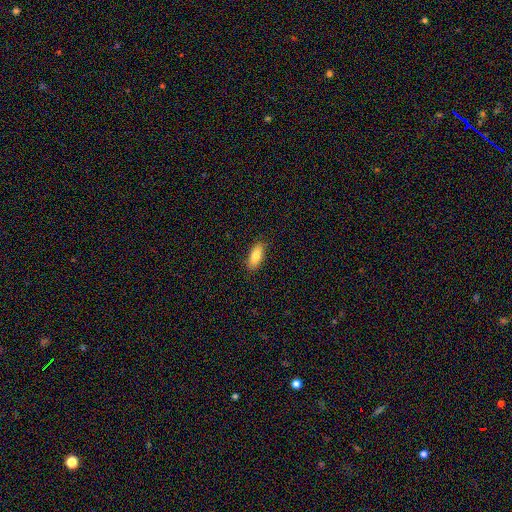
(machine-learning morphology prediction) Q: Smooth or featured?
A: smooth (83%); runner-up: featured or disk (10%)
Q: How rounded?
A: in between (78%); runner-up: cigar-shaped (20%)
Q: Merging?
A: none (88%); runner-up: minor disturbance (9%)